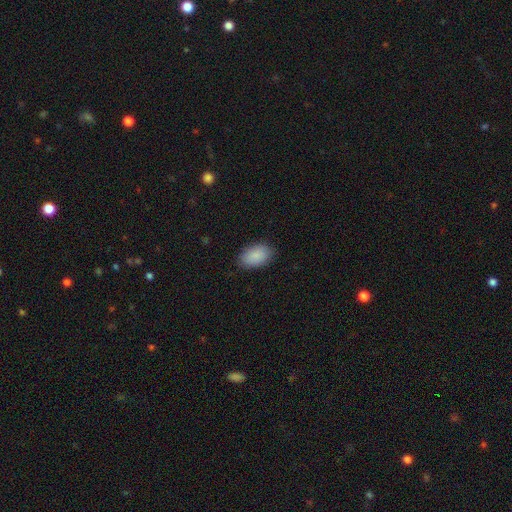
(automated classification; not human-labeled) Overall: smooth (89%). How rounded: in between (93%). Merging: none (86%).